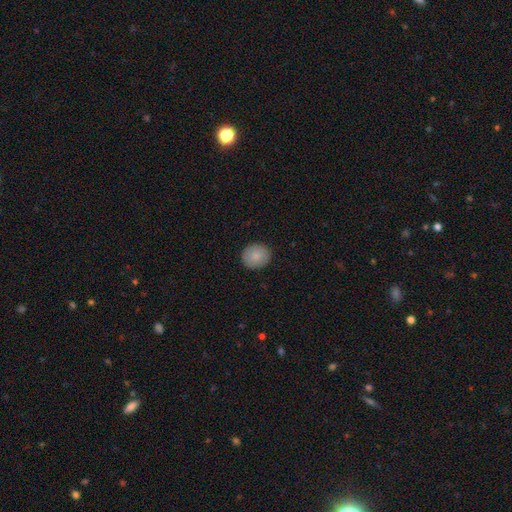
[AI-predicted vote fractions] Morphology: type=smooth (87%); roundness=round (85%); merging=none (91%).